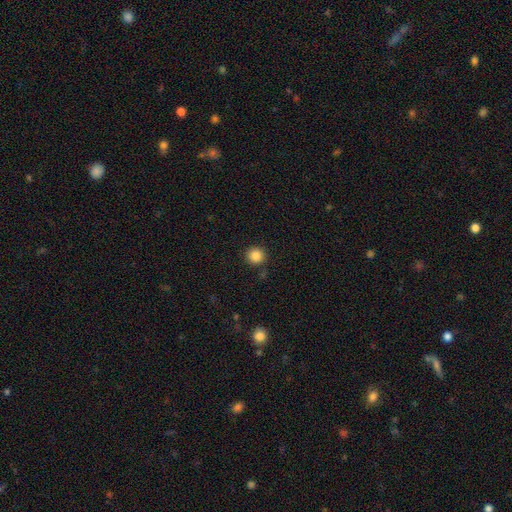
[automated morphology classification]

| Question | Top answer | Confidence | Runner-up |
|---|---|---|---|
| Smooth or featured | smooth | 85% | star or artifact (11%) |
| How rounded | round | 94% | in between (5%) |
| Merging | none | 88% | minor disturbance (7%) |